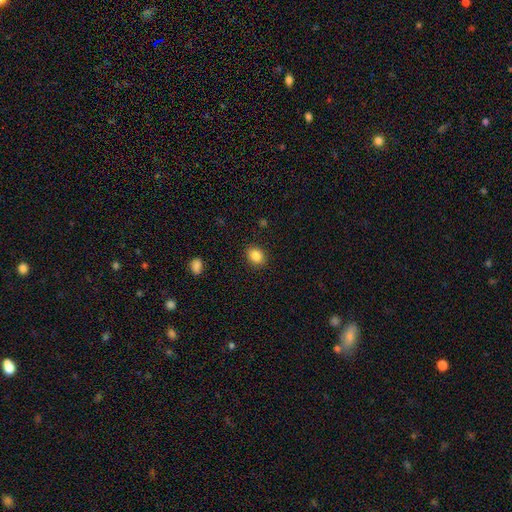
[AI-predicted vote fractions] This is clearly a smooth galaxy (87%). How rounded: likely in between (63%). Merging: clearly none (89%).